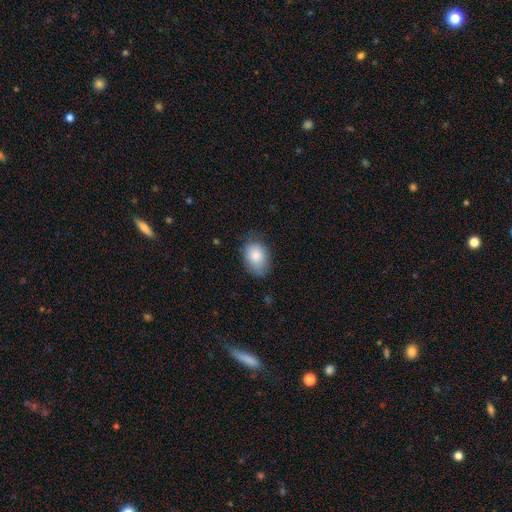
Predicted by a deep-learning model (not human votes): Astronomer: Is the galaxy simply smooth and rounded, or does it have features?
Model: smooth — 84%.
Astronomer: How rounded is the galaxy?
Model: in between — 76%.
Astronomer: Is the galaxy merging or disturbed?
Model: none — 69%.